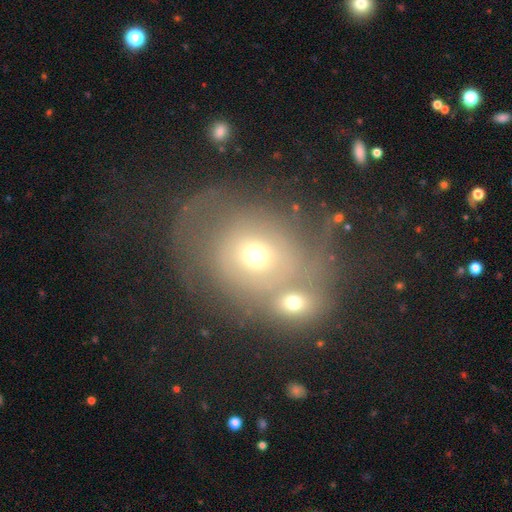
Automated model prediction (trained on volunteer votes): Morphology: type=smooth (48%); merging=merger (45%).